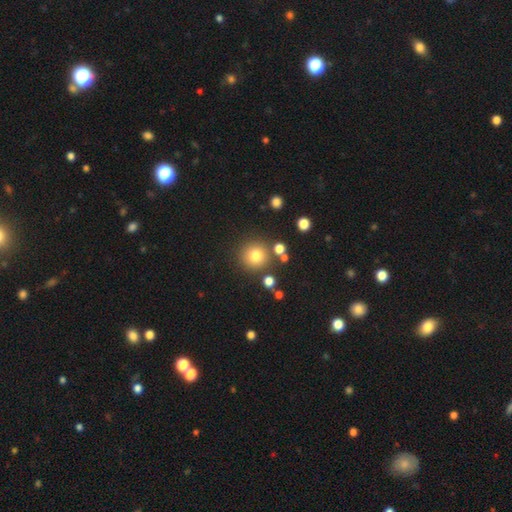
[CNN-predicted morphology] smooth-or-featured: smooth: 79% | star or artifact: 13% | featured or disk: 8%
  how-rounded: round: 94% | in between: 5% | cigar-shaped: 1%
  merging: none: 83% | minor disturbance: 8% | merger: 6% | major disturbance: 3%